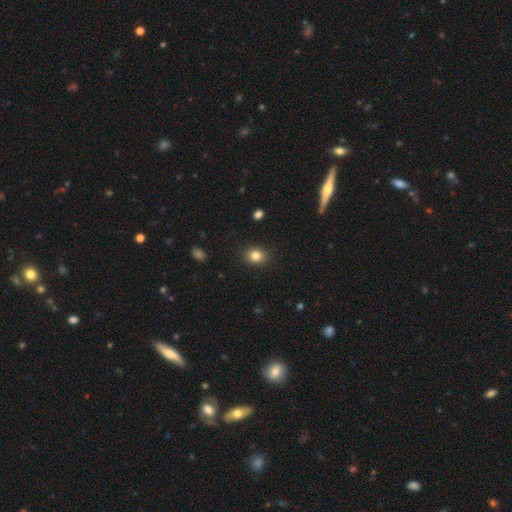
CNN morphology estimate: This is clearly a smooth galaxy (83%). How rounded: possibly round (54%). Merging: clearly none (88%).